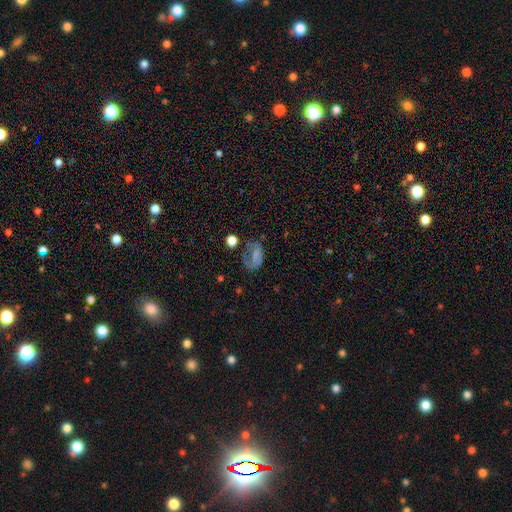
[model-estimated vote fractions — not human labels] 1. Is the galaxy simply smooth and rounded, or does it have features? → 54% smooth, 30% featured or disk, 16% star or artifact.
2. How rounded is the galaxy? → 80% in between, 17% round, 2% cigar-shaped.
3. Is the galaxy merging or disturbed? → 36% major disturbance, 33% none, 27% minor disturbance, 5% merger.